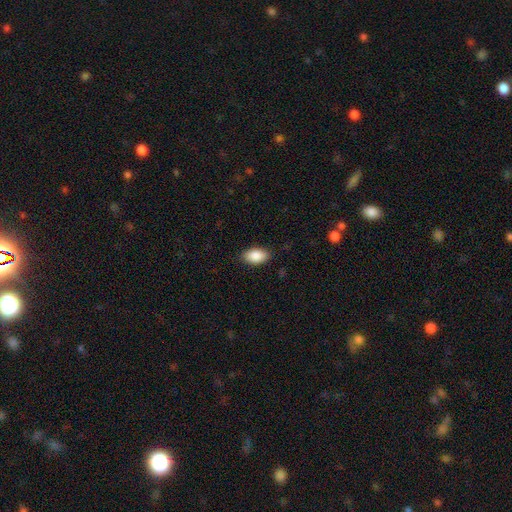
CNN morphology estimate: This appears to be a smooth galaxy with no disk features (88%) that is in between round and cigar-shaped (93%). Merging: none (87%).